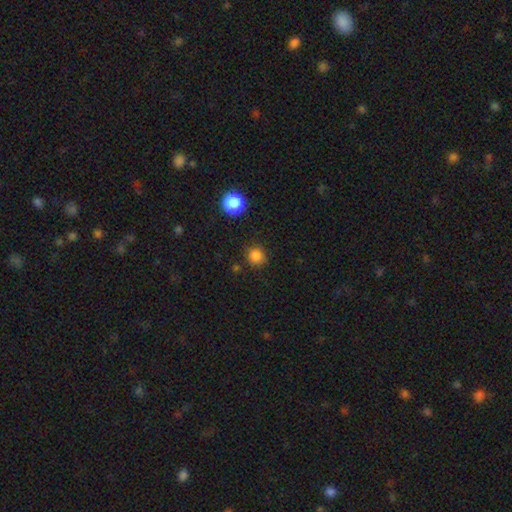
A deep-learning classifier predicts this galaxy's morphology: Q: Smooth or featured?
A: smooth (82%); runner-up: star or artifact (14%)
Q: How rounded?
A: round (88%); runner-up: in between (11%)
Q: Merging?
A: none (84%); runner-up: minor disturbance (11%)